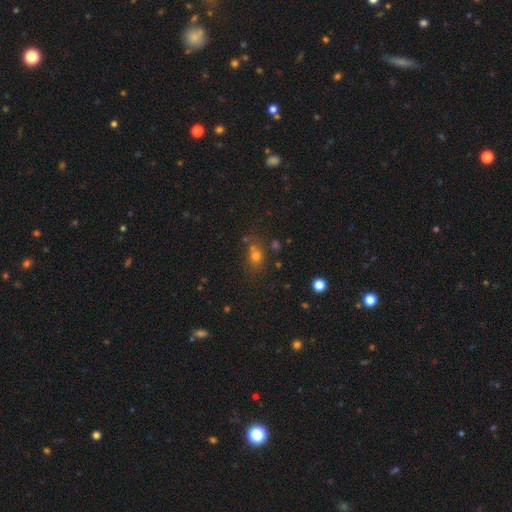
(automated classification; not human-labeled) Smooth or featured: smooth — 64% (star or artifact — 24%)
How rounded: round — 58% (in between — 39%)
Merging: none — 63% (merger — 17%)